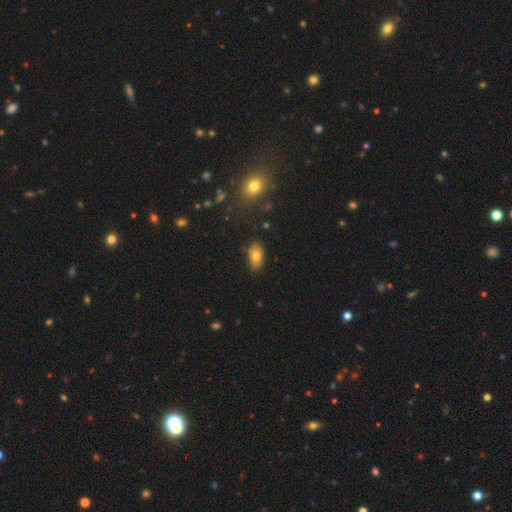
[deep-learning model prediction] smooth 76%, featured or disk 14%, star or artifact 10%. Down the decision tree: how rounded — in between (90%); merging — none (82%).